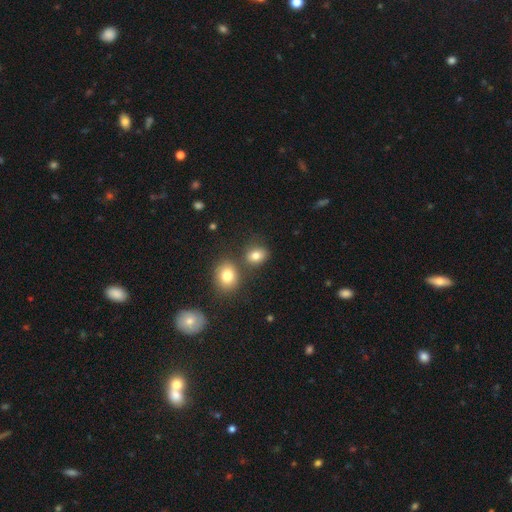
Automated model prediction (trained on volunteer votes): Q: Smooth or featured?
A: smooth (80%); runner-up: star or artifact (12%)
Q: How rounded?
A: round (52%); runner-up: in between (47%)
Q: Merging?
A: none (68%); runner-up: merger (17%)